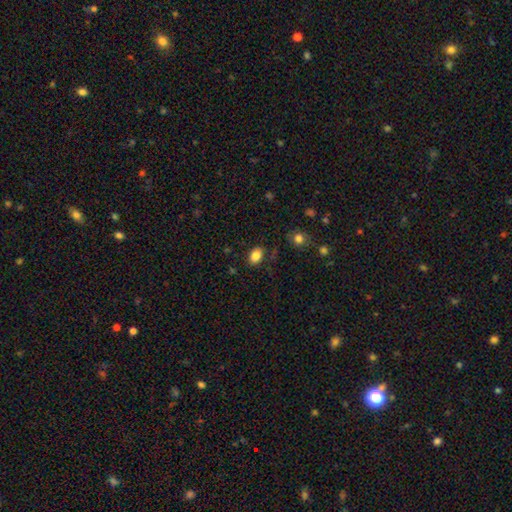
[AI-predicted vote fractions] Smooth or featured? Predicted: smooth (p=0.85). How rounded? Predicted: in between (p=0.83). Merging? Predicted: none (p=0.83).